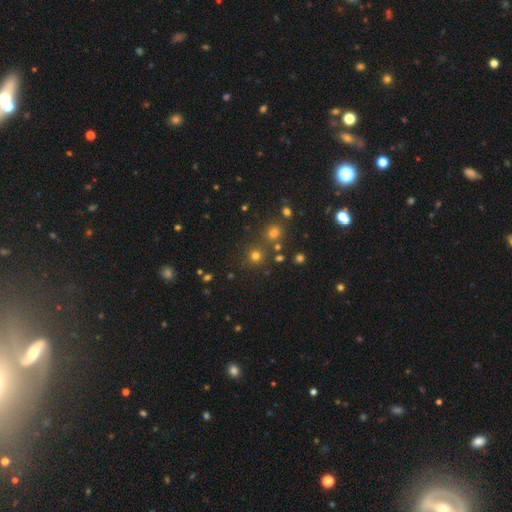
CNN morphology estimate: A smooth galaxy with no disk features (67%) that is round (93%).

Vote fractions:
- Smooth or featured? smooth: 67% / star or artifact: 26% / featured or disk: 7%
- How rounded? round: 93% / in between: 6% / cigar-shaped: 1%
- Merging? none: 78% / merger: 12% / minor disturbance: 7% / major disturbance: 3%